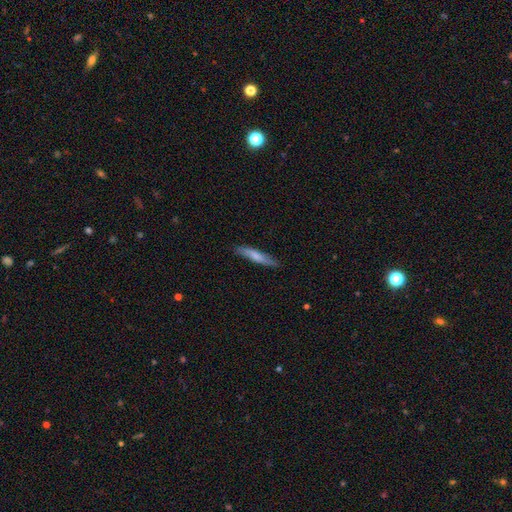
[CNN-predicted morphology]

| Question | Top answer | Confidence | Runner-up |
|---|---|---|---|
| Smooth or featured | smooth | 68% | featured or disk (27%) |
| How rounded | cigar-shaped | 89% | in between (9%) |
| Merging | none | 83% | minor disturbance (13%) |